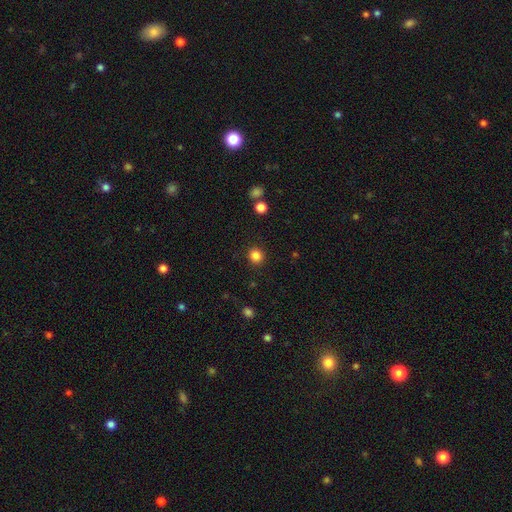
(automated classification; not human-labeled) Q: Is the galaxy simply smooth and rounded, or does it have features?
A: smooth — 84%.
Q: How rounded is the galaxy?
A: round — 89%.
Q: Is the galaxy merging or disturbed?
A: none — 90%.